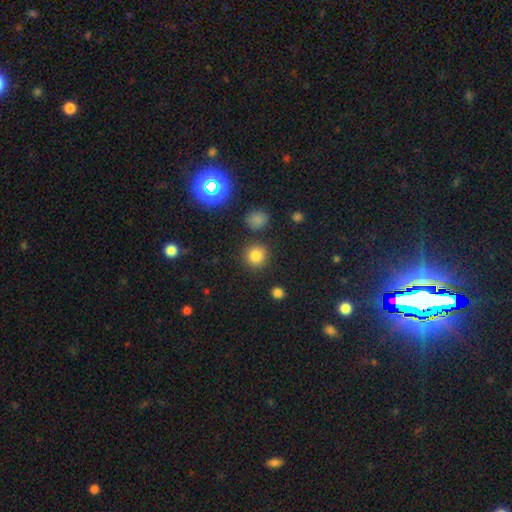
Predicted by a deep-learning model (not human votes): smooth_or_featured: smooth (p=0.81) [alt: star or artifact p=0.14]
how_rounded: round (p=0.92) [alt: in between p=0.07]
merging: none (p=0.87) [alt: minor disturbance p=0.07]